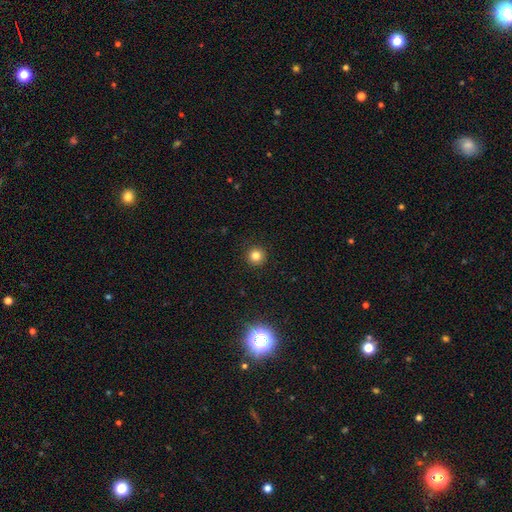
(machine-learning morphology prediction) Smooth or featured: smooth — 82% (star or artifact — 13%)
How rounded: round — 95% (in between — 4%)
Merging: none — 93% (minor disturbance — 5%)